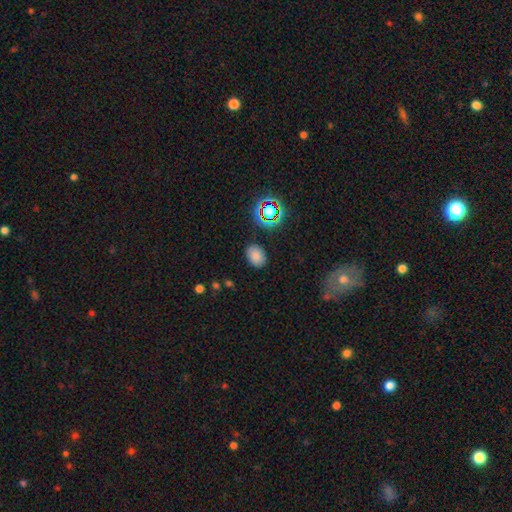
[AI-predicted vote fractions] Morphology: type=smooth (78%); roundness=in between (69%); merging=none (84%).